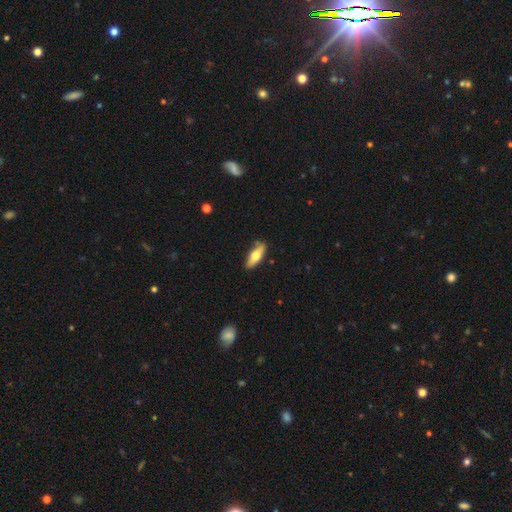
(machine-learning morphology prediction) smooth 57%, featured or disk 38%, star or artifact 6%. Down the decision tree: how rounded — in between (57%); merging — none (81%).